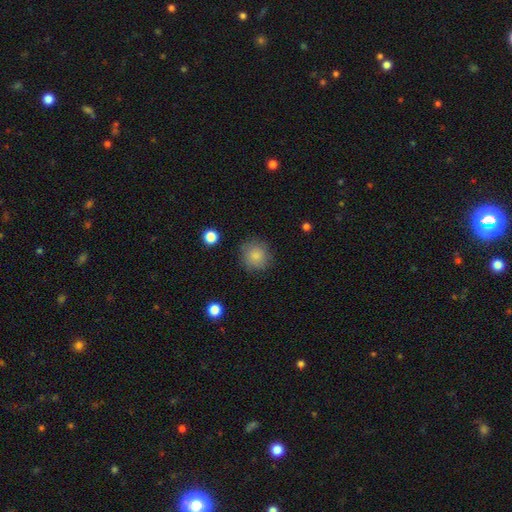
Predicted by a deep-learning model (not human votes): A smooth galaxy with no disk features (85%) that is round (90%). Merging: none (84%).